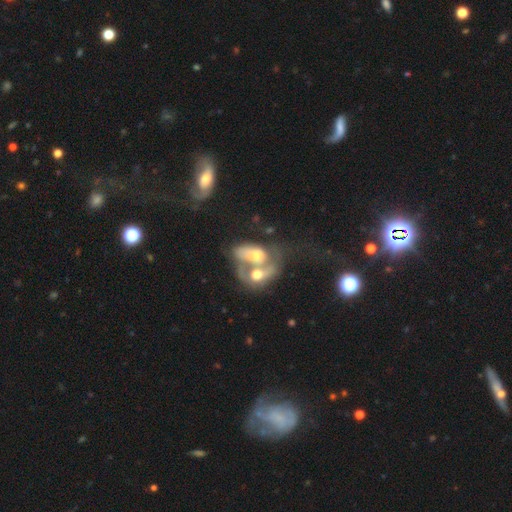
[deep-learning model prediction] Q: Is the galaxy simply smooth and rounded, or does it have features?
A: featured or disk — 55%.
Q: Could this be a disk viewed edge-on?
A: no — 93%.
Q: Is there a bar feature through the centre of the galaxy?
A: no — 79%.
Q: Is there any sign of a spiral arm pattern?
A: no — 58%.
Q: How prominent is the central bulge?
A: moderate — 63%.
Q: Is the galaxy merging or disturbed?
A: merger — 78%.